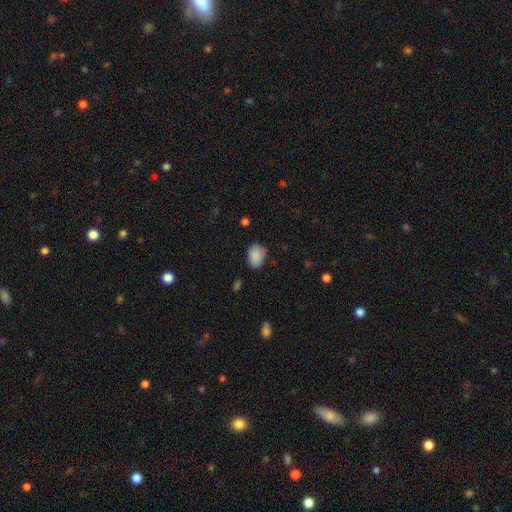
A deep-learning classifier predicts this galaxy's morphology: Smooth or featured?
  - smooth: 88% *
  - star or artifact: 8%
  - featured or disk: 5%
How rounded?
  - in between: 77% *
  - round: 22%
  - cigar-shaped: 1%
Merging?
  - none: 76% *
  - minor disturbance: 19%
  - major disturbance: 4%
  - merger: 2%